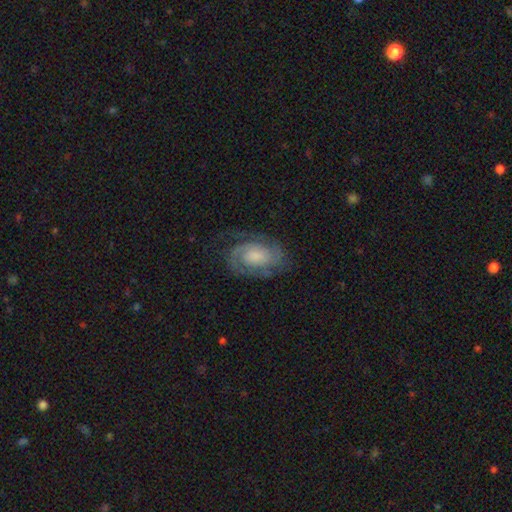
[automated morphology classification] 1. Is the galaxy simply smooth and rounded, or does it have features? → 79% featured or disk, 14% smooth, 6% star or artifact.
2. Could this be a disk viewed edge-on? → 97% no, 3% yes.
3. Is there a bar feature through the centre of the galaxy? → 64% no, 30% weak, 6% strong.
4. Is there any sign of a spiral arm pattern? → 95% yes, 5% no.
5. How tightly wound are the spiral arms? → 55% tight, 36% medium, 9% loose.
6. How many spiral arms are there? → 71% 2, 13% can't tell, 6% 3, 5% 1, 2% 4, 2% more than 4.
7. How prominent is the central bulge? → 30% small, 29% moderate, 19% large, 19% none, 3% dominant.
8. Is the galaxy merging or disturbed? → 71% none, 18% minor disturbance, 10% major disturbance, 1% merger.